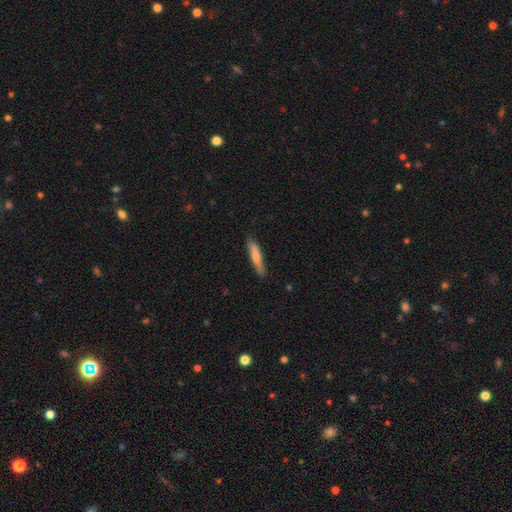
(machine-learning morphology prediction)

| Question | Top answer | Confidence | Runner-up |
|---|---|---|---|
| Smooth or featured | smooth | 72% | featured or disk (22%) |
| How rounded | cigar-shaped | 88% | in between (11%) |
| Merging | none | 83% | minor disturbance (14%) |